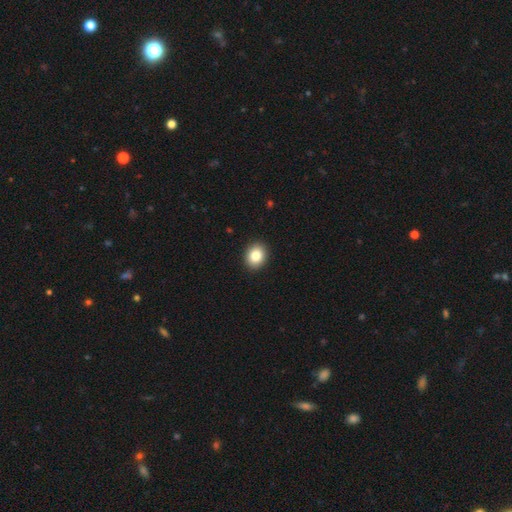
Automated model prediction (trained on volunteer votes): Overall: smooth (84%). How rounded: round (58%; in between 42%). Merging: none (92%).